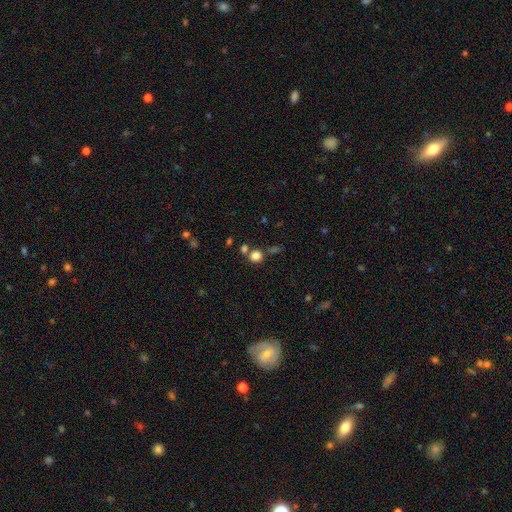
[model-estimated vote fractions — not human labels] Q: Smooth or featured?
A: smooth (80%); runner-up: star or artifact (15%)
Q: How rounded?
A: round (87%); runner-up: in between (12%)
Q: Merging?
A: none (70%); runner-up: merger (16%)